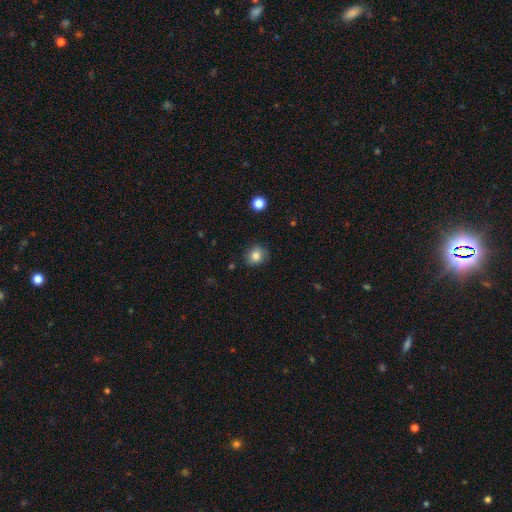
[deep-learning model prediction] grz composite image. It shows a smooth galaxy with no disk features (83%) that is round (76%). Merging: none (80%).